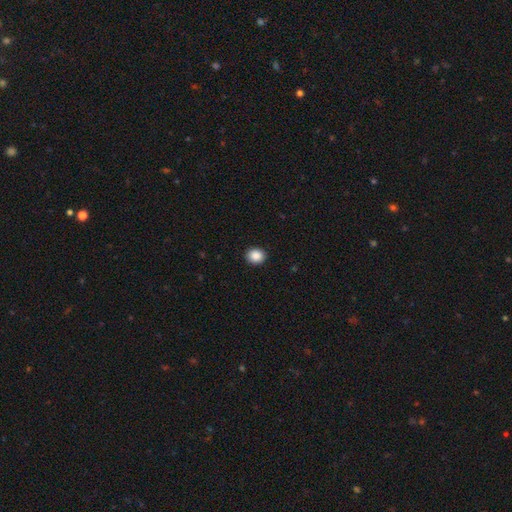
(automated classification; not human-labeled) Smooth or featured? Predicted: smooth (p=0.89). How rounded? Predicted: round (p=0.71). Merging? Predicted: none (p=0.91).